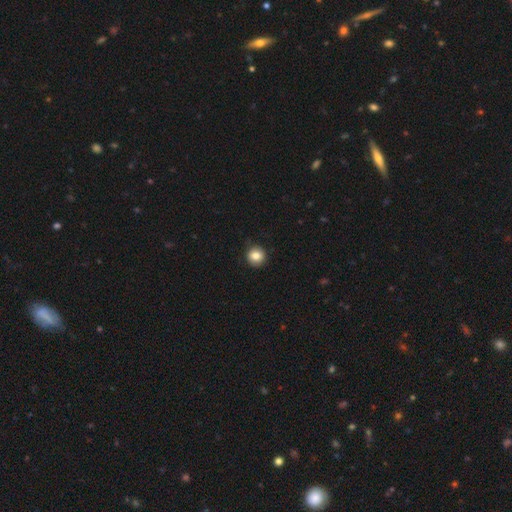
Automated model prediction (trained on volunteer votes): The model was most divided on "smooth or featured": smooth: 84%, star or artifact: 10%, featured or disk: 7%. More confident: how rounded — round (91%); merging — none (89%).